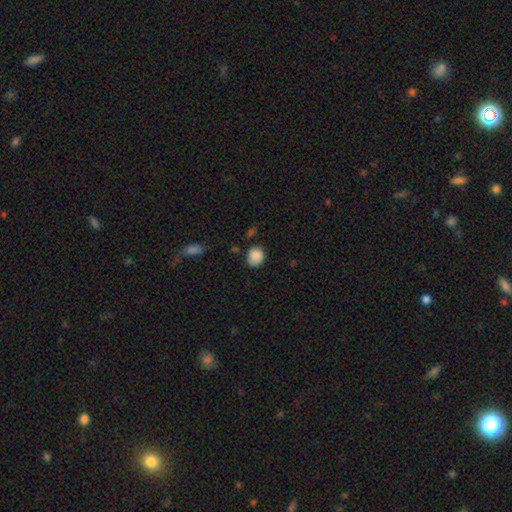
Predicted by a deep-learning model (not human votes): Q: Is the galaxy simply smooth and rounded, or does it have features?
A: smooth — 88%.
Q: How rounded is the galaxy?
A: round — 64%.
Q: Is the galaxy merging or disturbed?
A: none — 72%.